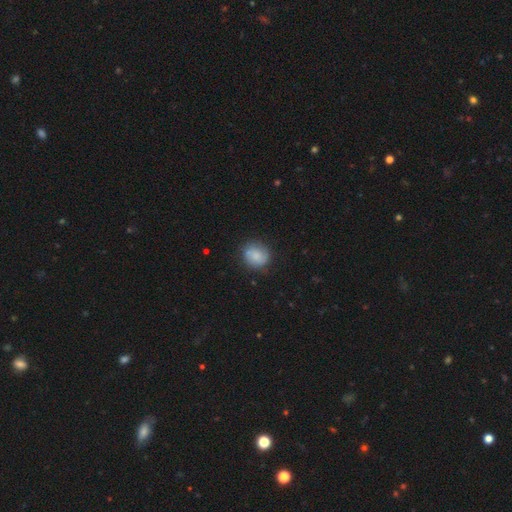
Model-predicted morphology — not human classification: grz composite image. It shows a smooth galaxy with no disk features (73%) that is round (78%). Merging: none (73%).